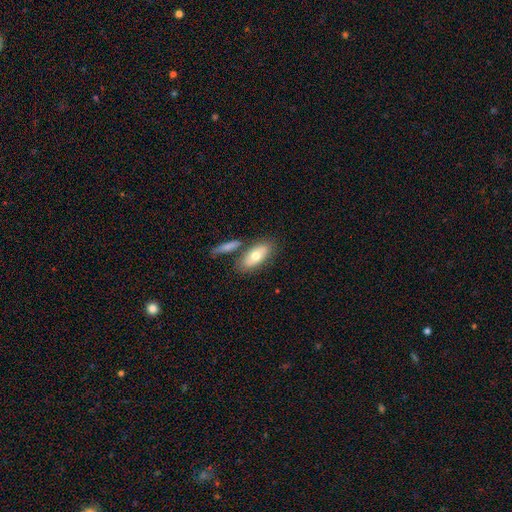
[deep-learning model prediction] This is likely a smooth galaxy (69%). How rounded: clearly in between (84%). Merging: likely none (67%).